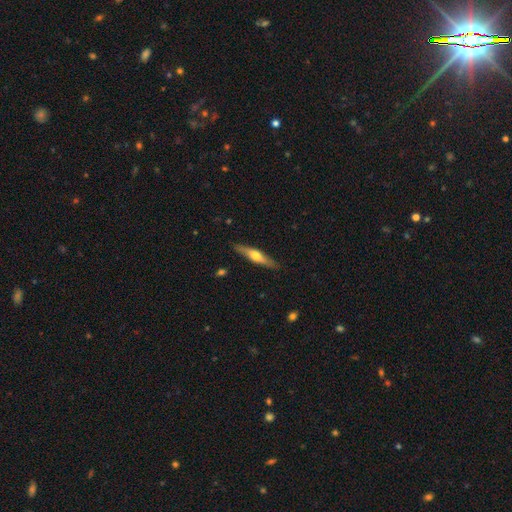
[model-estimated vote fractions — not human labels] A featured or disk galaxy (55%) viewed edge-on (91%) with a rounded central bulge (91%).

Vote fractions:
- Smooth or featured? featured or disk: 55% / smooth: 39% / star or artifact: 5%
- Edge-on disk? yes: 91% / no: 9%
- Edge-on bulge? rounded: 91% / none: 5% / boxy: 4%
- Merging? none: 87% / minor disturbance: 10% / major disturbance: 2% / merger: 1%